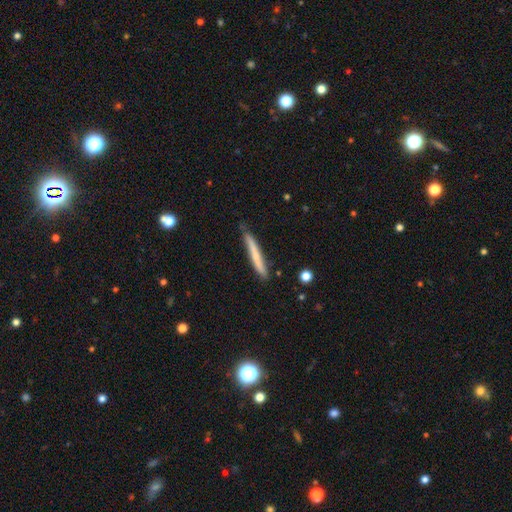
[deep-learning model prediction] smooth-or-featured: smooth: 53% | featured or disk: 41% | star or artifact: 6%
  how-rounded: cigar-shaped: 96% | in between: 3% | round: 1%
  merging: none: 76% | minor disturbance: 19% | major disturbance: 3% | merger: 2%